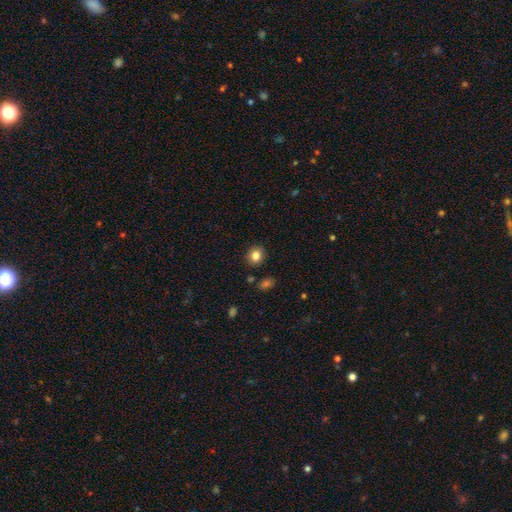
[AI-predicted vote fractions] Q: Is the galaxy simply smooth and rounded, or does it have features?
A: smooth — 83%.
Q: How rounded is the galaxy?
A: round — 80%.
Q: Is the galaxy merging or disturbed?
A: none — 88%.